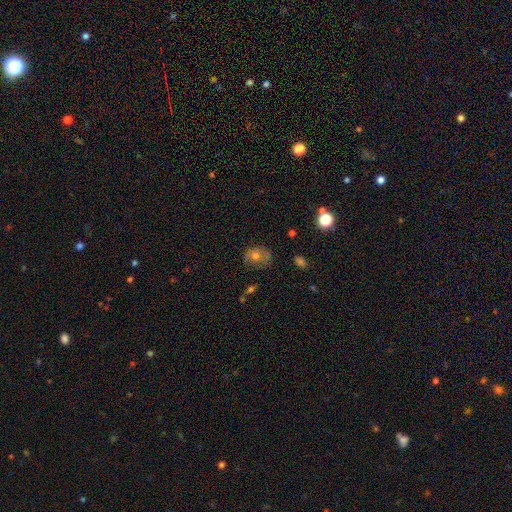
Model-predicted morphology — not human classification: Smooth or featured? smooth (46%)
Merging? none (61%)